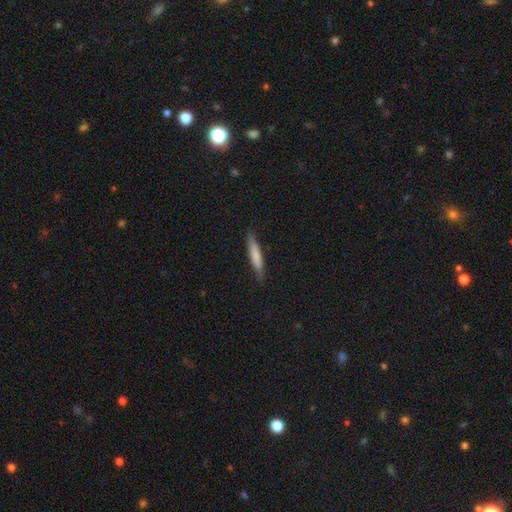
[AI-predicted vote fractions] Overall: smooth (73%). How rounded: cigar-shaped (89%). Merging: none (82%).